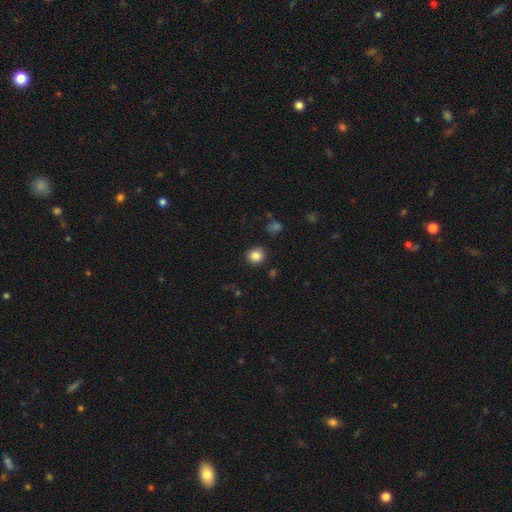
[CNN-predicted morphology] smooth_or_featured: smooth (p=0.85) [alt: star or artifact p=0.10]
how_rounded: round (p=0.88) [alt: in between p=0.11]
merging: none (p=0.88) [alt: minor disturbance p=0.08]